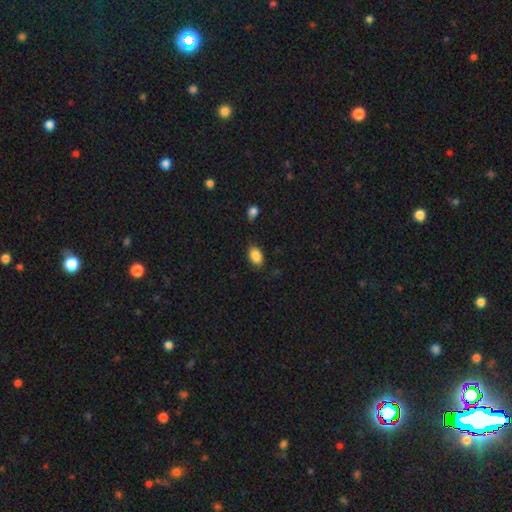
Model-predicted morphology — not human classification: Smooth or featured? Predicted: smooth (p=0.87). How rounded? Predicted: in between (p=0.89). Merging? Predicted: none (p=0.81).